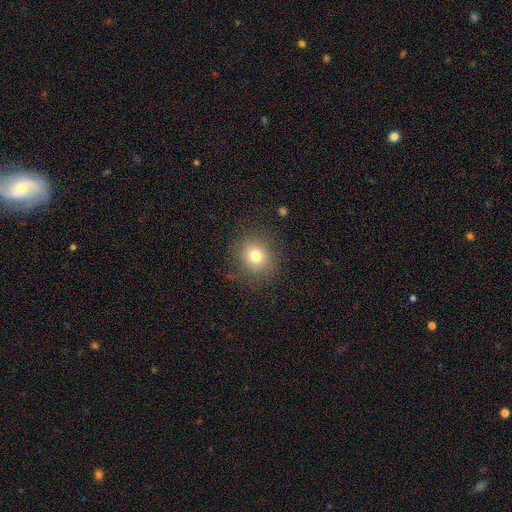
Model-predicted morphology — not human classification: type=smooth (76%); roundness=round (82%); merging=none (83%).